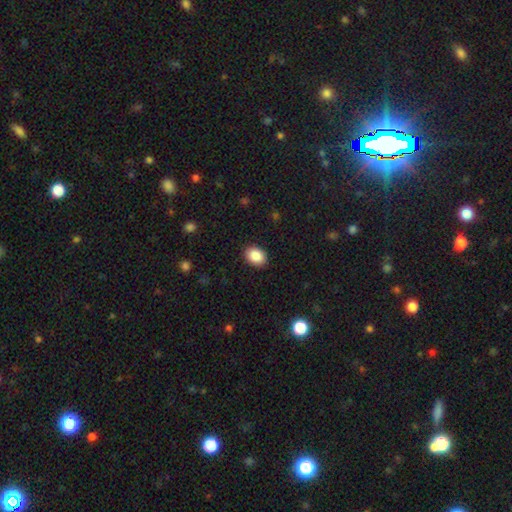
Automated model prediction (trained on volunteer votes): Smooth or featured?
  - smooth: 88% *
  - star or artifact: 8%
  - featured or disk: 4%
How rounded?
  - in between: 73% *
  - round: 26%
  - cigar-shaped: 1%
Merging?
  - none: 89% *
  - minor disturbance: 8%
  - major disturbance: 2%
  - merger: 1%